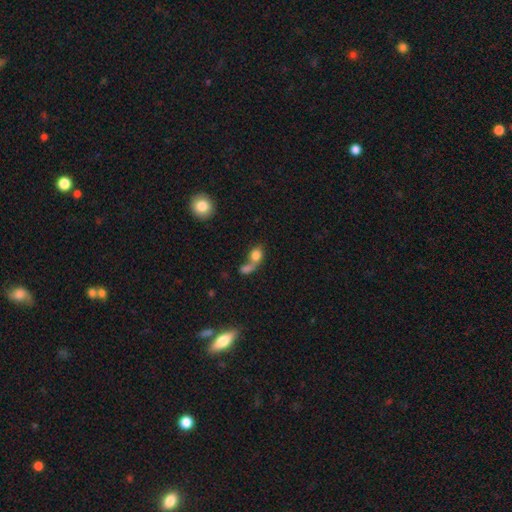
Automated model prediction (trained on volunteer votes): smooth 76%, featured or disk 13%, star or artifact 11%. Down the decision tree: how rounded — in between (50%); merging — merger (60%).